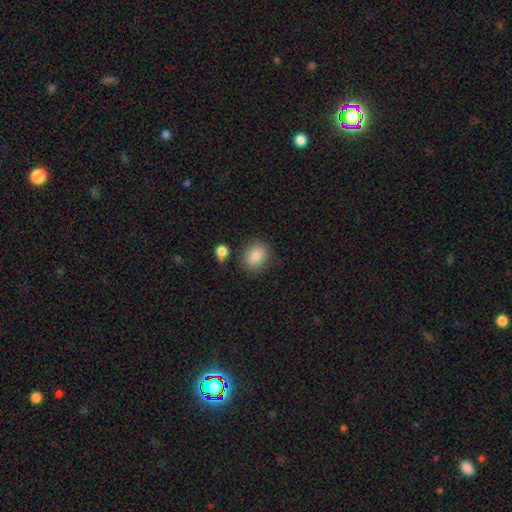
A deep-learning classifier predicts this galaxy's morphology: This is clearly a smooth galaxy (83%). How rounded: likely round (60%). Merging: likely none (79%).